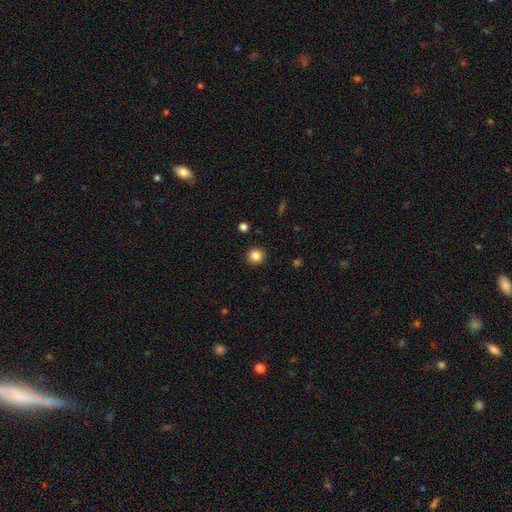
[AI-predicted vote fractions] The model was most divided on "smooth or featured": smooth: 84%, star or artifact: 11%, featured or disk: 5%. More confident: how rounded — round (93%); merging — none (92%).